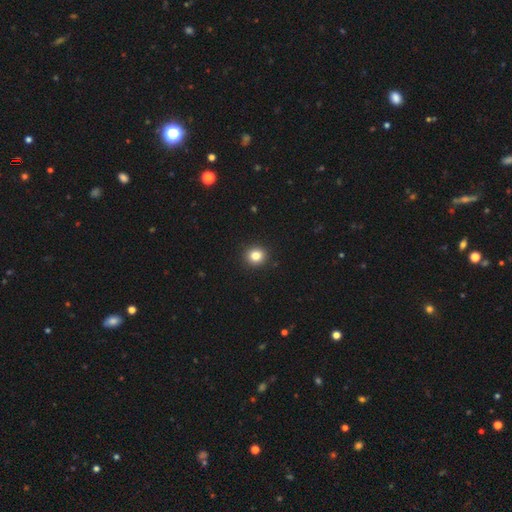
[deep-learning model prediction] smooth_or_featured: smooth (p=0.82) [alt: star or artifact p=0.12]
how_rounded: round (p=0.88) [alt: in between p=0.11]
merging: none (p=0.93) [alt: minor disturbance p=0.05]